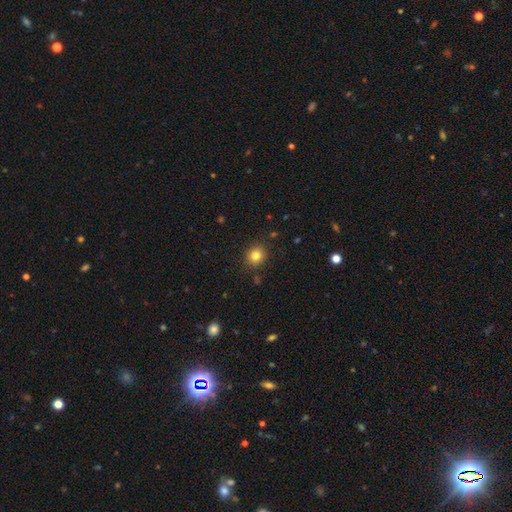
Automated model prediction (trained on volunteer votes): Morphology: type=smooth (82%); roundness=round (79%); merging=none (88%).